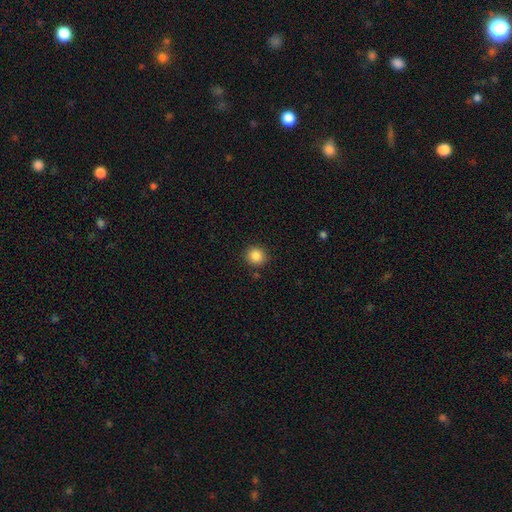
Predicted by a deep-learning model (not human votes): Morphology: type=smooth (87%); roundness=round (90%); merging=none (89%).